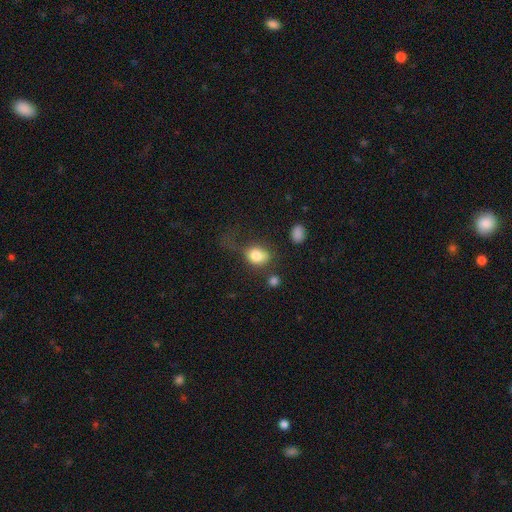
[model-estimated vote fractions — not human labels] Smooth or featured?
  - smooth: 80% *
  - featured or disk: 11%
  - star or artifact: 9%
How rounded?
  - in between: 60% *
  - round: 39%
  - cigar-shaped: 2%
Merging?
  - none: 36% *
  - major disturbance: 32%
  - minor disturbance: 24%
  - merger: 7%